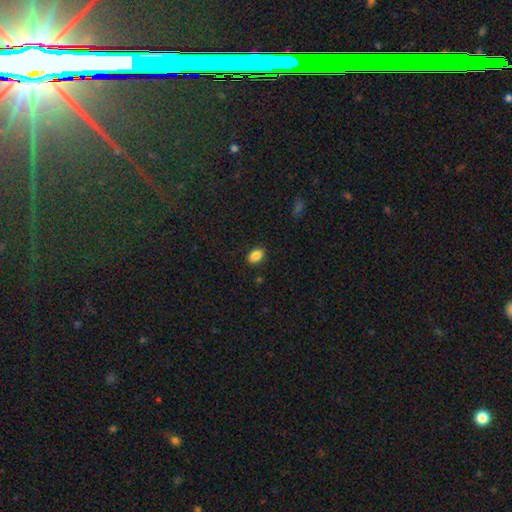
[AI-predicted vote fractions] smooth 87%, star or artifact 9%, featured or disk 4%. Down the decision tree: how rounded — in between (86%); merging — none (88%).